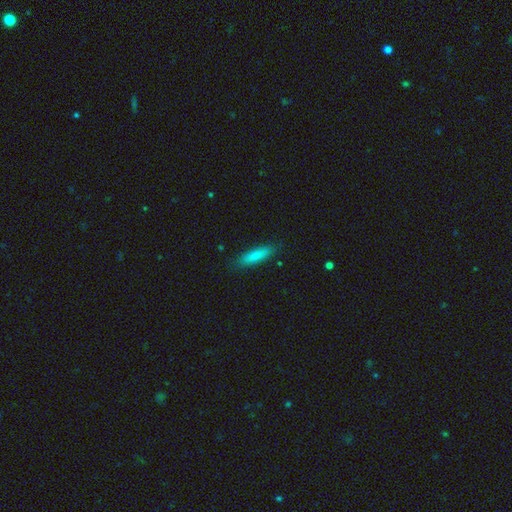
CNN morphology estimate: The model was most divided on "how rounded": cigar-shaped: 73%, in between: 26%, round: 2%. More confident: merging — none (86%); smooth or featured — smooth (81%).